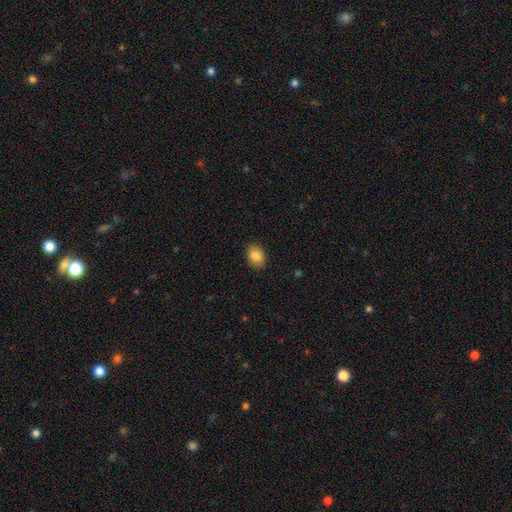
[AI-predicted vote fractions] Overall: smooth (86%). How rounded: in between (77%). Merging: none (89%).